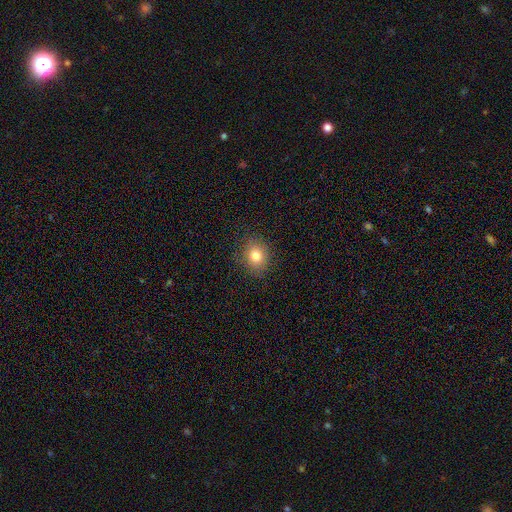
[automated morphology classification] A smooth galaxy with no disk features (80%) that is round (64%).

Vote fractions:
- Smooth or featured? smooth: 80% / star or artifact: 12% / featured or disk: 8%
- How rounded? round: 64% / in between: 35% / cigar-shaped: 1%
- Merging? none: 87% / minor disturbance: 9% / major disturbance: 3% / merger: 1%